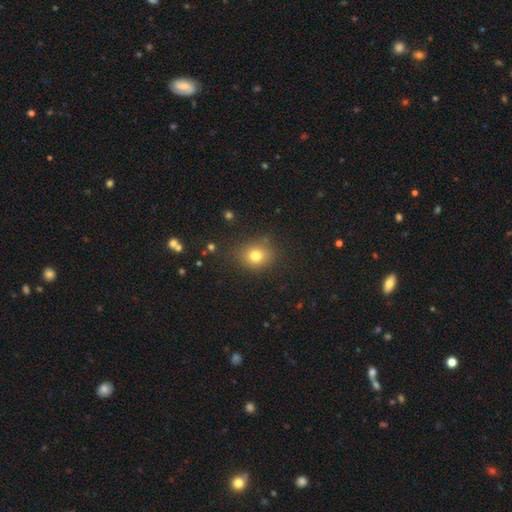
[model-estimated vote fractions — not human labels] A smooth galaxy with no disk features (78%) that is round (68%).

Vote fractions:
- Smooth or featured? smooth: 78% / star or artifact: 14% / featured or disk: 9%
- How rounded? round: 68% / in between: 31% / cigar-shaped: 1%
- Merging? none: 81% / minor disturbance: 13% / major disturbance: 4% / merger: 2%